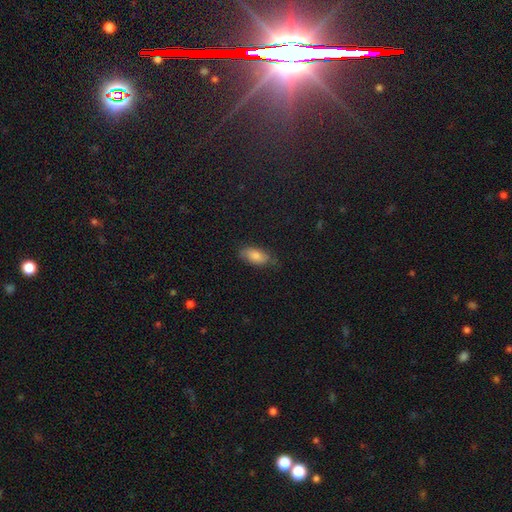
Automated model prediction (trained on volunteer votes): smooth_or_featured: smooth (p=0.79) [alt: featured or disk p=0.12]
how_rounded: in between (p=0.89) [alt: cigar-shaped p=0.08]
merging: none (p=0.71) [alt: minor disturbance p=0.23]